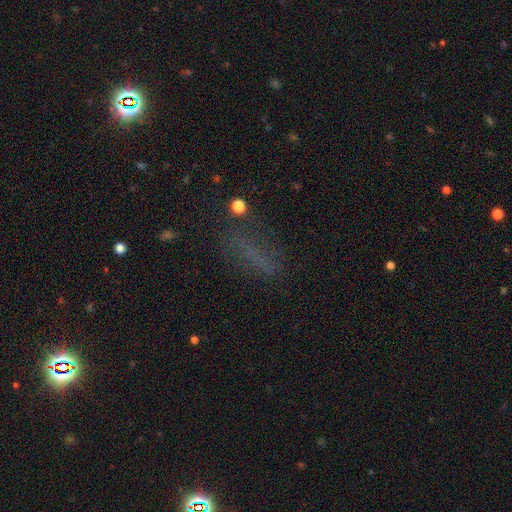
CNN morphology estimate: smooth 46%, star or artifact 33%, featured or disk 21%. Down the decision tree: merging — none (65%).